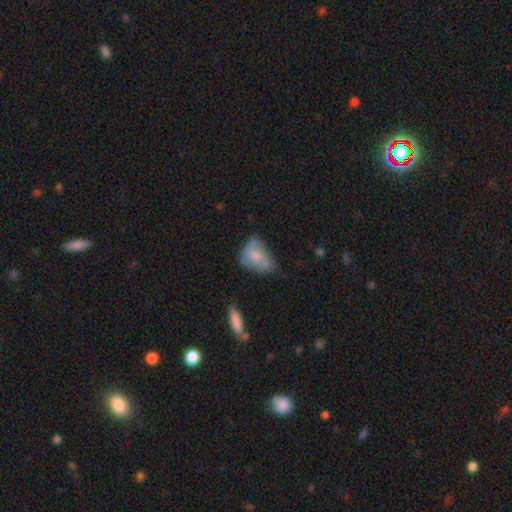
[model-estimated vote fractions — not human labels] Q: Smooth or featured?
A: smooth (66%); runner-up: featured or disk (25%)
Q: How rounded?
A: in between (83%); runner-up: round (15%)
Q: Merging?
A: minor disturbance (36%); runner-up: none (35%)